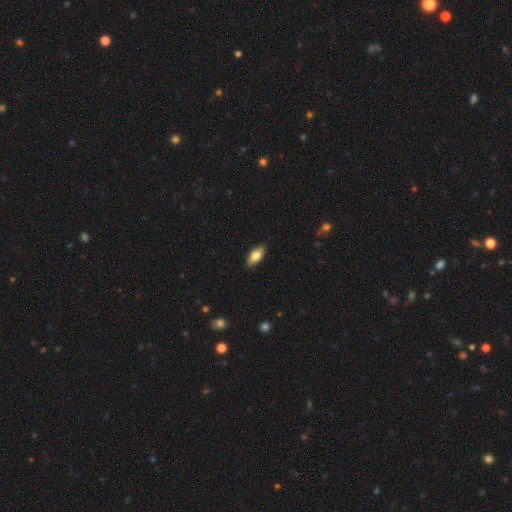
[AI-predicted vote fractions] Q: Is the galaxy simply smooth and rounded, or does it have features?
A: smooth — 81%.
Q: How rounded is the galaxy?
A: in between — 90%.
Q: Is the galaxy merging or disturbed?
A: none — 88%.